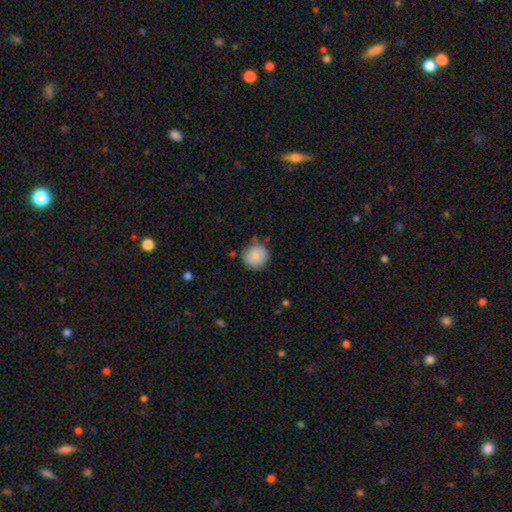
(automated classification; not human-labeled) smooth 84%, featured or disk 8%, star or artifact 8%. Down the decision tree: how rounded — round (91%); merging — none (77%).